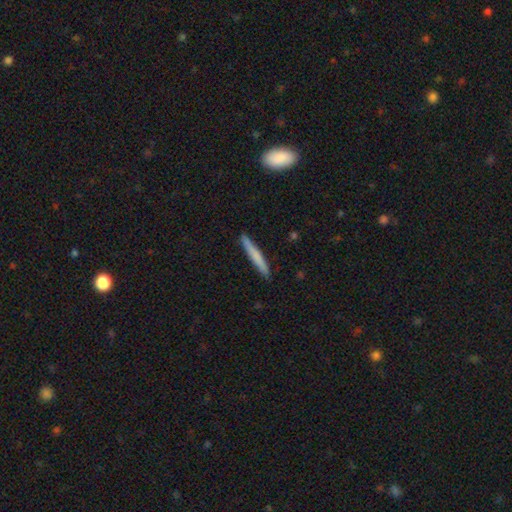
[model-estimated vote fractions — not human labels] smooth-or-featured: smooth: 67% | featured or disk: 28% | star or artifact: 5%
  how-rounded: cigar-shaped: 96% | in between: 3% | round: 1%
  merging: none: 89% | minor disturbance: 8% | major disturbance: 2% | merger: 1%